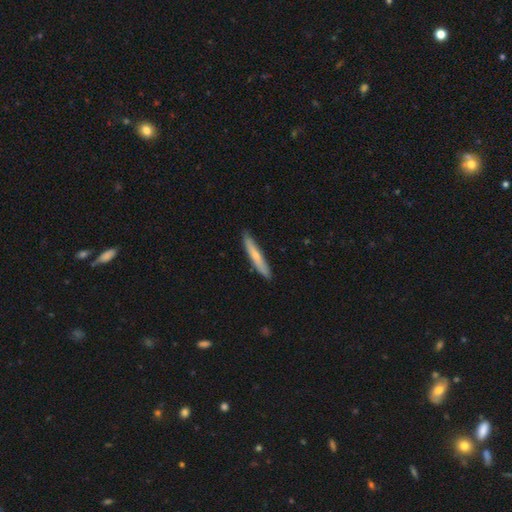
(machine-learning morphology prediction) A smooth galaxy with no disk features (60%) that is cigar-shaped (94%). Merging: none (88%).